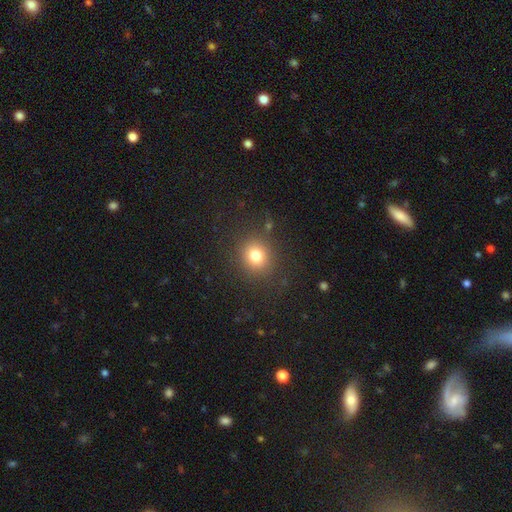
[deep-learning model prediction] Overall: smooth (77%). How rounded: round (79%). Merging: none (86%).